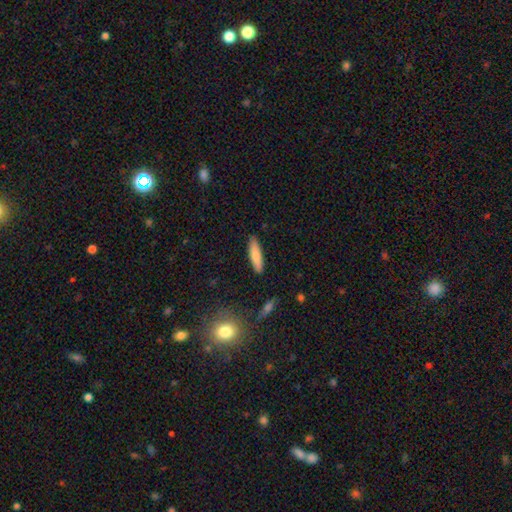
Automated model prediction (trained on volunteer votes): Smooth or featured: smooth — 78% (featured or disk — 15%)
How rounded: cigar-shaped — 72% (in between — 27%)
Merging: none — 88% (minor disturbance — 9%)